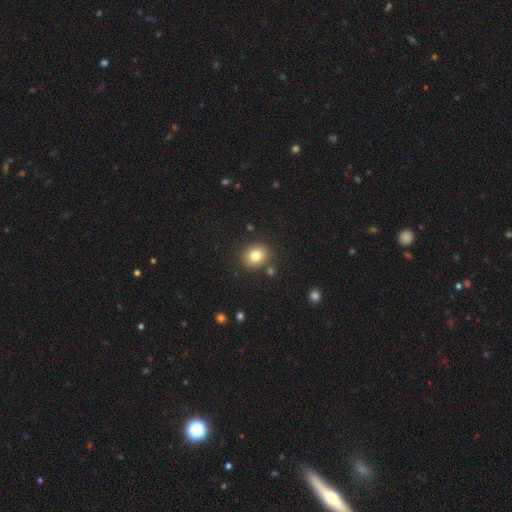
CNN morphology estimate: Overall: smooth (81%). How rounded: round (61%; in between 38%). Merging: none (82%).